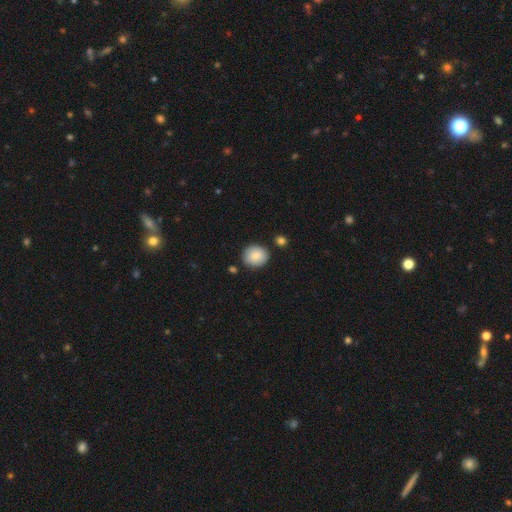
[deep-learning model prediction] A smooth galaxy with no disk features (87%) that is round (83%). Merging: none (82%).